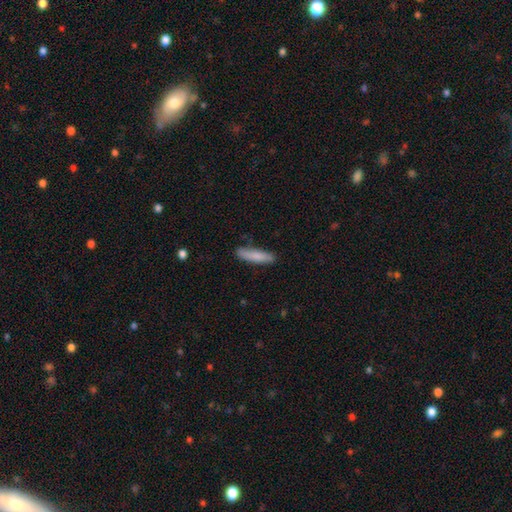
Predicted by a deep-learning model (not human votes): Smooth or featured? smooth (78%)
How rounded? cigar-shaped (80%)
Merging? none (81%)